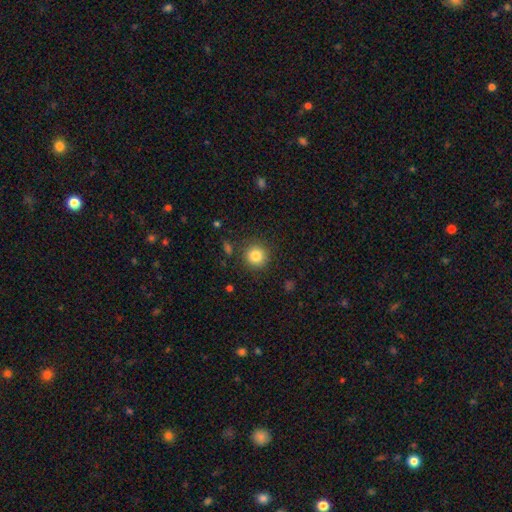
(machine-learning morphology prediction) A smooth galaxy with no disk features (83%) that is round (94%). Merging: none (88%).